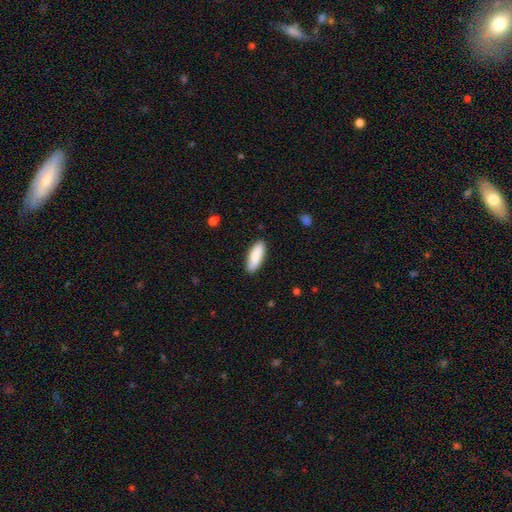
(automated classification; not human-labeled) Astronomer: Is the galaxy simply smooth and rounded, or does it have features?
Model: smooth — 87%.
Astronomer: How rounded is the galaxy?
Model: in between — 67%.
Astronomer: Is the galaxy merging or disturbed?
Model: none — 88%.